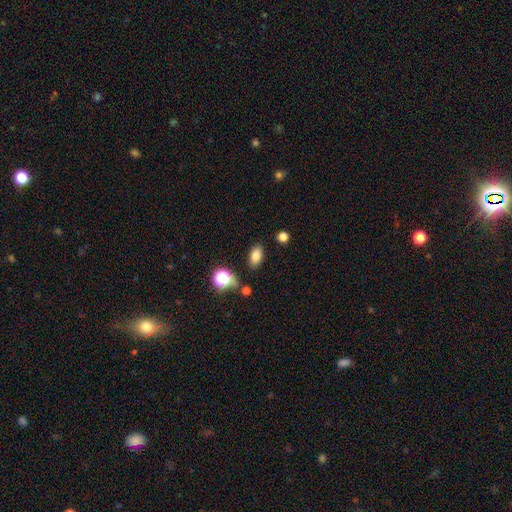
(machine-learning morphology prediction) Smooth or featured? Predicted: smooth (p=0.79). How rounded? Predicted: in between (p=0.87). Merging? Predicted: none (p=0.83).